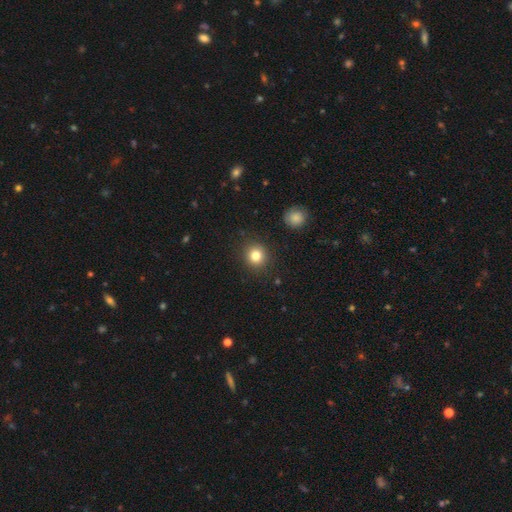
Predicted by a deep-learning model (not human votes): Smooth or featured?
  - smooth: 82% *
  - star or artifact: 12%
  - featured or disk: 7%
How rounded?
  - round: 89% *
  - in between: 10%
  - cigar-shaped: 1%
Merging?
  - none: 89% *
  - minor disturbance: 7%
  - major disturbance: 2%
  - merger: 1%